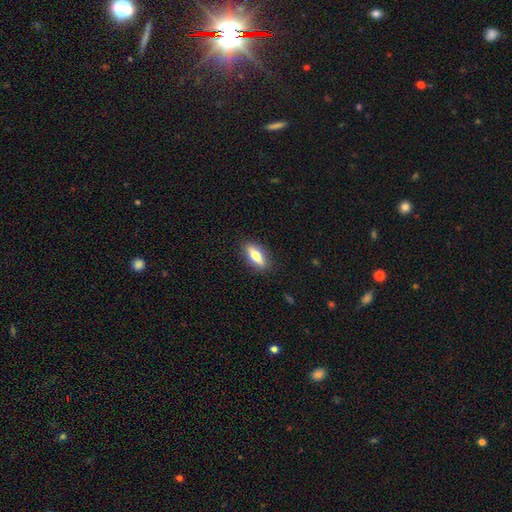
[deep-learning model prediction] Smooth or featured?
  - smooth: 57% *
  - featured or disk: 37%
  - star or artifact: 7%
How rounded?
  - in between: 63% *
  - cigar-shaped: 33%
  - round: 4%
Merging?
  - none: 88% *
  - minor disturbance: 9%
  - major disturbance: 2%
  - merger: 1%